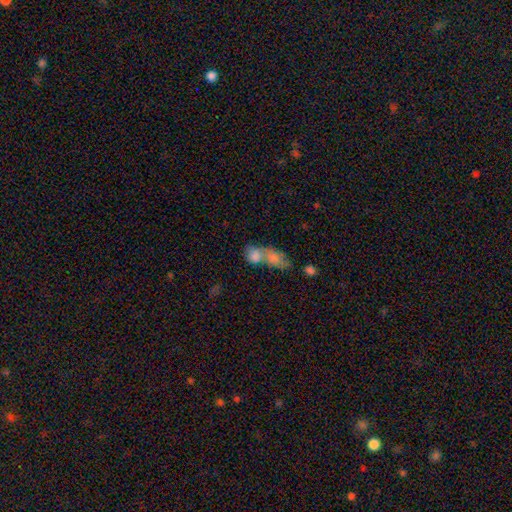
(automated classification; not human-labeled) The model was most divided on "how rounded": in between: 71%, round: 23%, cigar-shaped: 6%. More confident: smooth or featured — smooth (77%); merging — merger (72%).